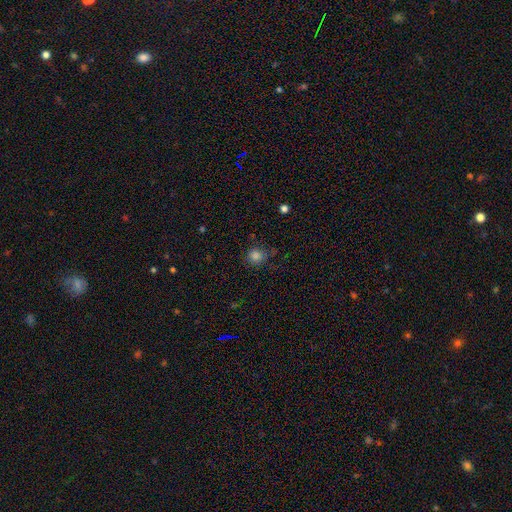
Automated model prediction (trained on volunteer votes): smooth-or-featured: smooth: 81% | star or artifact: 13% | featured or disk: 6%
  how-rounded: round: 82% | in between: 17% | cigar-shaped: 1%
  merging: none: 67% | minor disturbance: 21% | major disturbance: 8% | merger: 3%